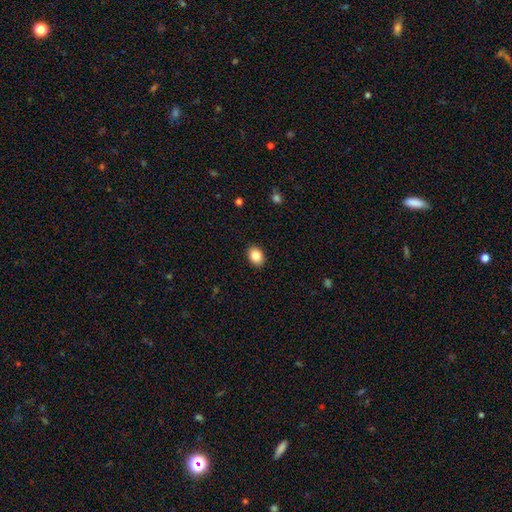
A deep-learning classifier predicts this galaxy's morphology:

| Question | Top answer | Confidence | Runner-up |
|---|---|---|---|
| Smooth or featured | smooth | 85% | star or artifact (8%) |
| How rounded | in between | 68% | round (31%) |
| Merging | none | 91% | minor disturbance (7%) |